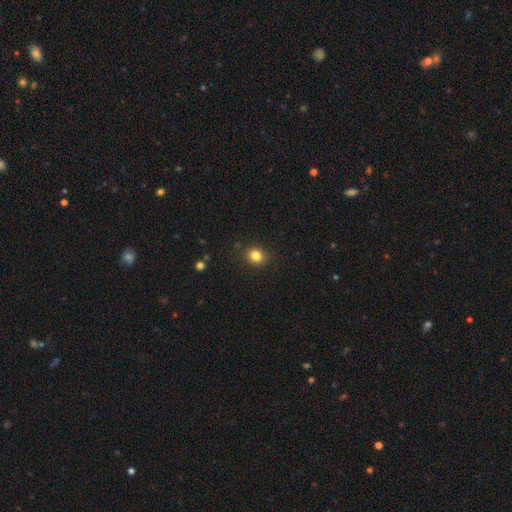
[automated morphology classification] Smooth or featured? smooth (82%)
How rounded? round (76%)
Merging? none (88%)